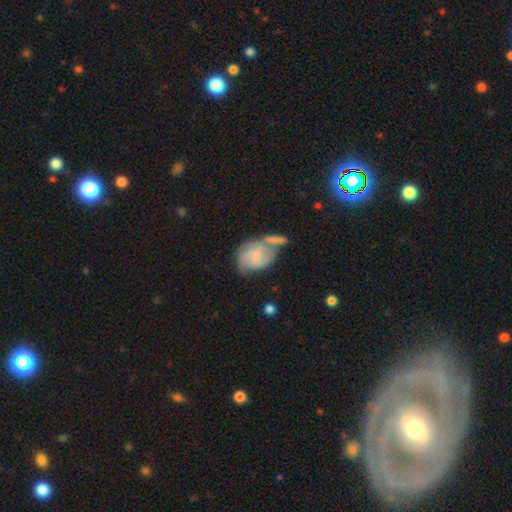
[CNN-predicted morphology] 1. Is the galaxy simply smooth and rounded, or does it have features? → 71% featured or disk, 22% smooth, 7% star or artifact.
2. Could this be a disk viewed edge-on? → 97% no, 3% yes.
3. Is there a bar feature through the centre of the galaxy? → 51% no, 41% weak, 8% strong.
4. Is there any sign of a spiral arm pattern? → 93% yes, 7% no.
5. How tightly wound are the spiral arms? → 47% medium, 35% tight, 19% loose.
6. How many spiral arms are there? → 44% 2, 26% 3, 18% can't tell, 5% 4, 4% 1, 3% more than 4.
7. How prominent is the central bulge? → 61% small, 22% none, 14% moderate, 2% large, 1% dominant.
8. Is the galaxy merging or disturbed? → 35% none, 33% merger, 19% minor disturbance, 13% major disturbance.